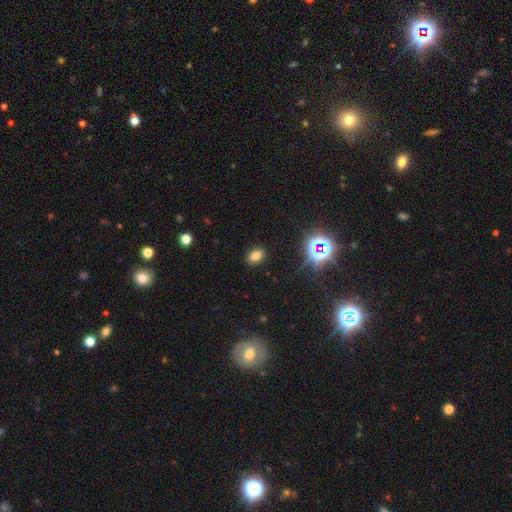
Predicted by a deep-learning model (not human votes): smooth_or_featured: smooth (p=0.71) [alt: star or artifact p=0.22]
how_rounded: in between (p=0.78) [alt: round p=0.20]
merging: none (p=0.88) [alt: minor disturbance p=0.08]